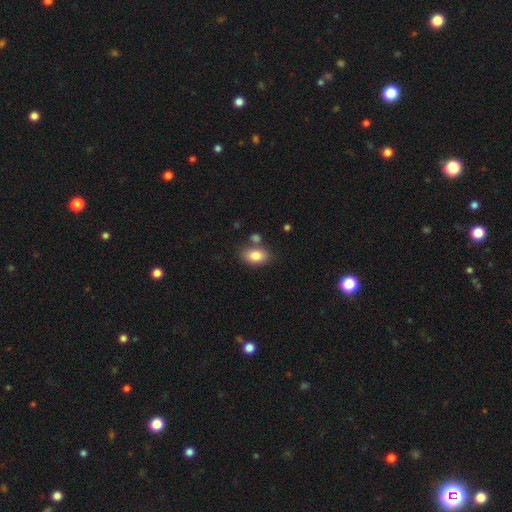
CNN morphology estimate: smooth 83%, featured or disk 9%, star or artifact 8%. Down the decision tree: how rounded — in between (88%); merging — none (68%).